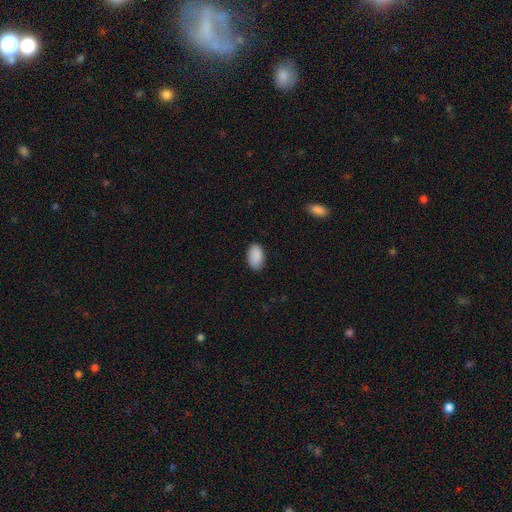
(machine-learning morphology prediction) Smooth or featured?
  - smooth: 90% *
  - star or artifact: 7%
  - featured or disk: 3%
How rounded?
  - in between: 94% *
  - round: 5%
  - cigar-shaped: 1%
Merging?
  - none: 85% *
  - minor disturbance: 12%
  - major disturbance: 2%
  - merger: 1%